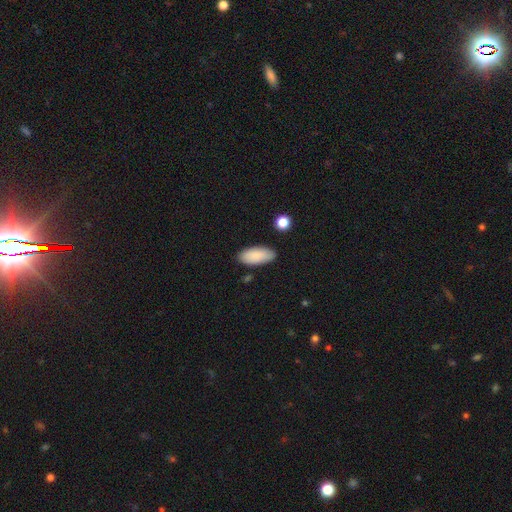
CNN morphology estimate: smooth 88%, star or artifact 6%, featured or disk 6%. Down the decision tree: how rounded — in between (87%); merging — none (85%).